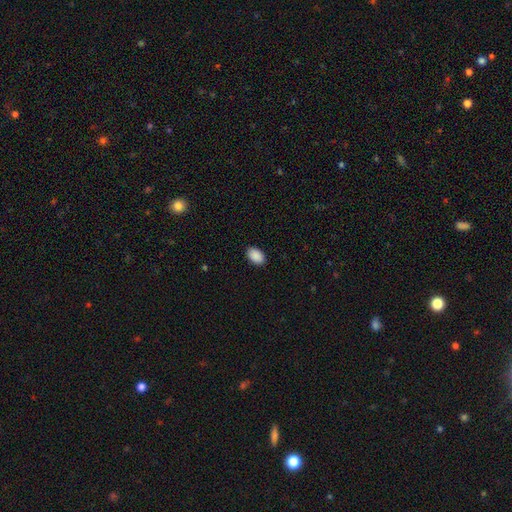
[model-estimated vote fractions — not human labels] smooth-or-featured: smooth: 91% | star or artifact: 7% | featured or disk: 2%
  how-rounded: in between: 90% | round: 9% | cigar-shaped: 1%
  merging: none: 90% | minor disturbance: 7% | major disturbance: 2% | merger: 1%